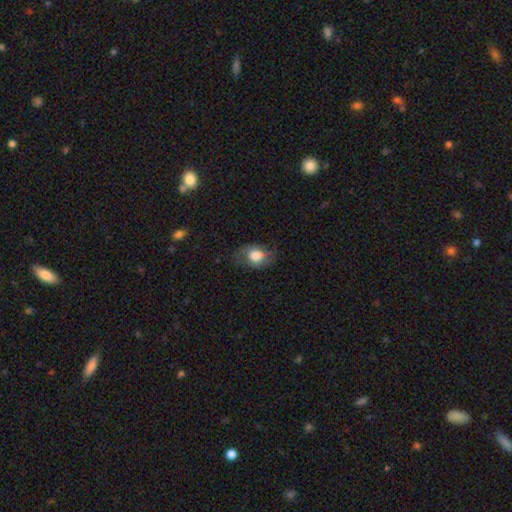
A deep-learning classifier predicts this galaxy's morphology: Smooth or featured: smooth — 69% (featured or disk — 24%)
How rounded: in between — 67% (round — 31%)
Merging: none — 63% (minor disturbance — 24%)